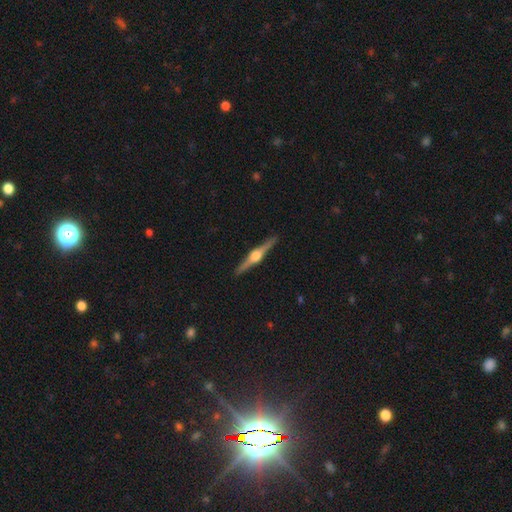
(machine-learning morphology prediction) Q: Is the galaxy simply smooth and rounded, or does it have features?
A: featured or disk — 85%.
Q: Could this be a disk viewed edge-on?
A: yes — 98%.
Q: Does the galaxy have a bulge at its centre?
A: rounded — 95%.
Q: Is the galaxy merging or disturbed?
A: none — 92%.